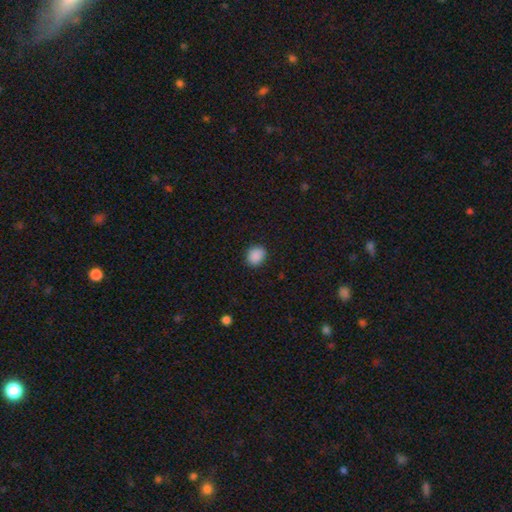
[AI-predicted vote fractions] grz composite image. It shows a smooth galaxy with no disk features (89%) that is round (60%). Merging: none (89%).